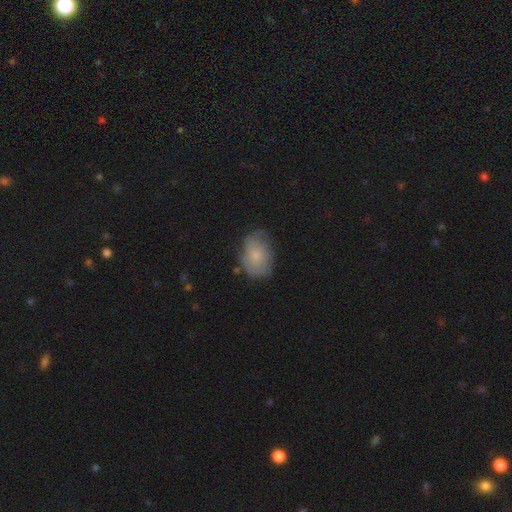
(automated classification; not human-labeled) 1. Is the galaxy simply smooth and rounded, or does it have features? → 68% smooth, 25% featured or disk, 8% star or artifact.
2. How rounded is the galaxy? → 79% in between, 20% round, 1% cigar-shaped.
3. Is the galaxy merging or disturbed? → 58% none, 31% minor disturbance, 10% major disturbance, 2% merger.